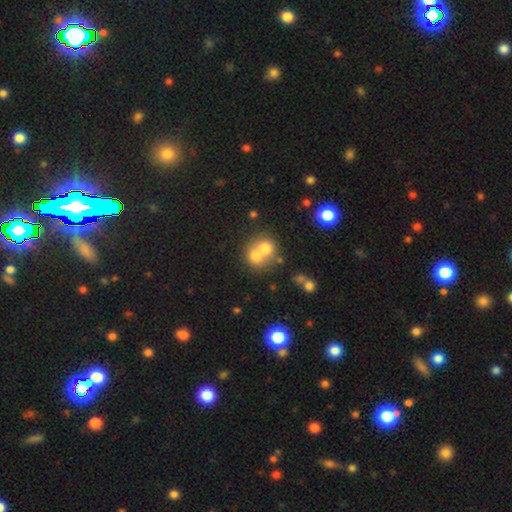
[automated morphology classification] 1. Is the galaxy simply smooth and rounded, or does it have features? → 68% smooth, 20% featured or disk, 12% star or artifact.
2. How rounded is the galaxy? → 73% round, 26% in between, 1% cigar-shaped.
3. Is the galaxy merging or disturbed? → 65% merger, 26% none, 6% minor disturbance, 3% major disturbance.